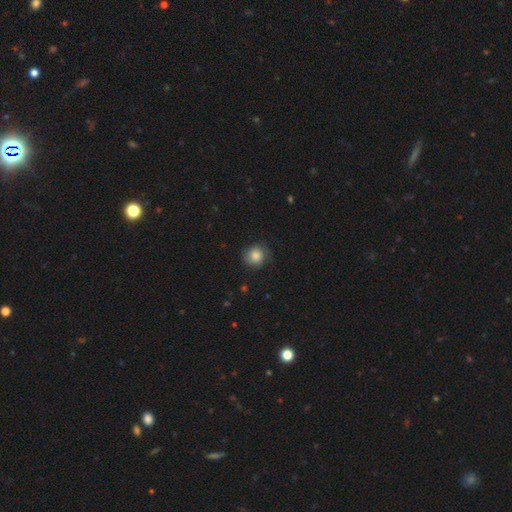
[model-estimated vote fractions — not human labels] The model was most divided on "merging": none: 76%, minor disturbance: 18%, major disturbance: 5%, merger: 1%. More confident: how rounded — round (89%); smooth or featured — smooth (82%).